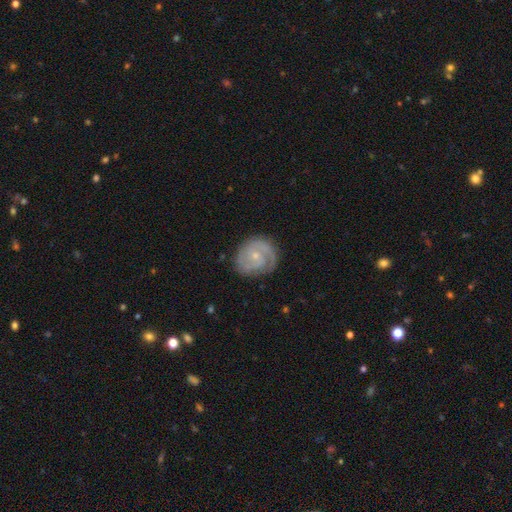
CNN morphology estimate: The model was most divided on "spiral winding": tight: 59%, medium: 33%, loose: 8%. More confident: edge-on disk — no (98%); spiral arms — yes (95%); smooth or featured — featured or disk (80%); merging — none (76%); bar — no (72%); bulge size — small (71%); spiral arm count — 2 (55%).